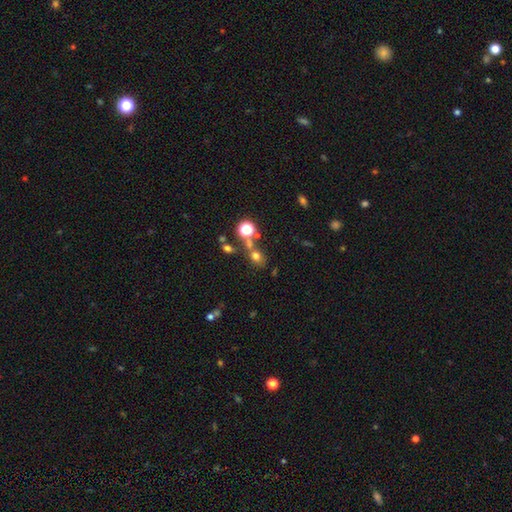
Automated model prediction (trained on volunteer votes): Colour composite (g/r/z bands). It shows a smooth galaxy with no disk features (62%) that is round (69%). Merging: none (57%).